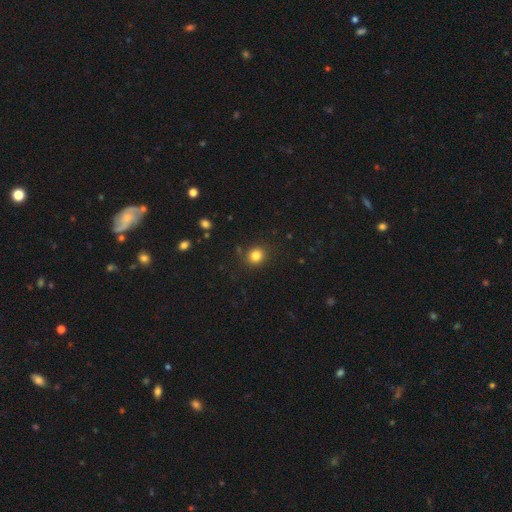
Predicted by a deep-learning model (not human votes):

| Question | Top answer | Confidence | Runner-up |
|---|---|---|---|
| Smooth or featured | smooth | 82% | star or artifact (12%) |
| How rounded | round | 85% | in between (14%) |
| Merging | none | 86% | minor disturbance (9%) |